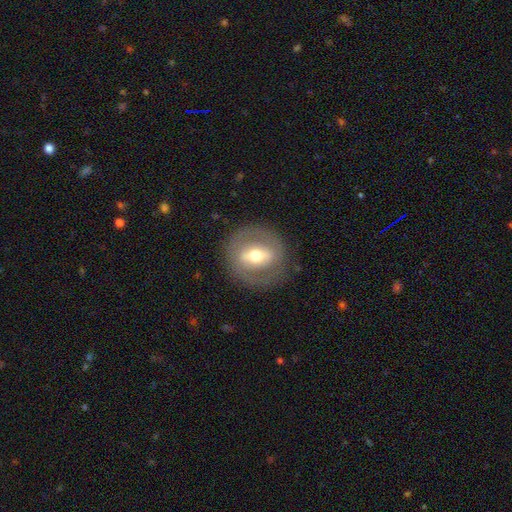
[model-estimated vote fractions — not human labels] This appears to be a featured or disk galaxy (63%) with a strong bar (54%), no spiral arms (72%) and a moderate central bulge (69%). Merging: none (82%).